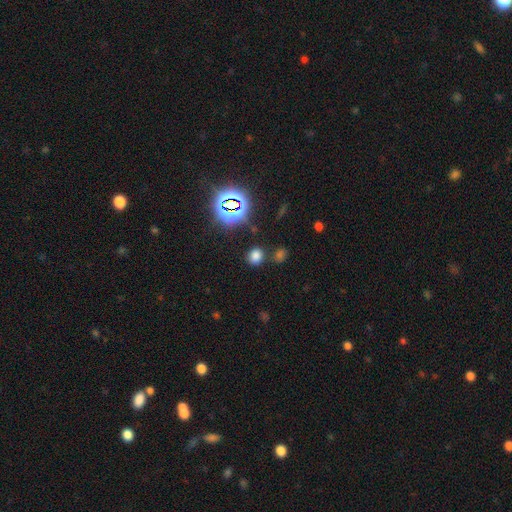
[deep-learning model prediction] Smooth or featured?
  - smooth: 69% *
  - star or artifact: 26%
  - featured or disk: 6%
How rounded?
  - round: 61% *
  - in between: 38%
  - cigar-shaped: 1%
Merging?
  - none: 80% *
  - minor disturbance: 10%
  - merger: 7%
  - major disturbance: 4%